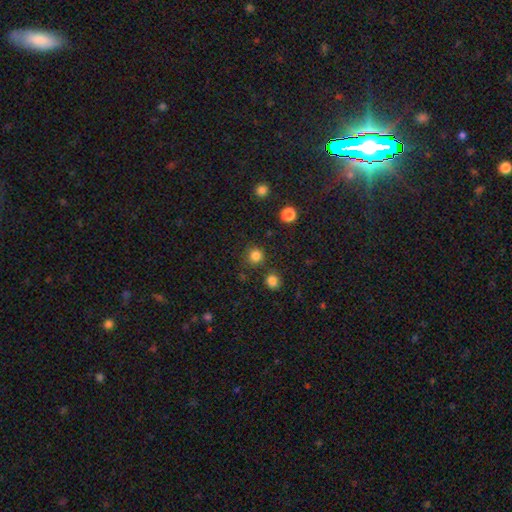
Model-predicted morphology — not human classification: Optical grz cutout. It shows a smooth galaxy with no disk features (82%) that is round (93%). Merging: none (83%).